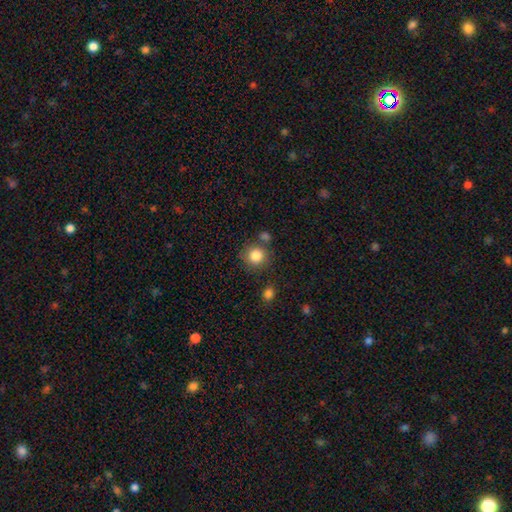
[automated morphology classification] Smooth or featured? Predicted: smooth (p=0.85). How rounded? Predicted: round (p=0.91). Merging? Predicted: none (p=0.76).